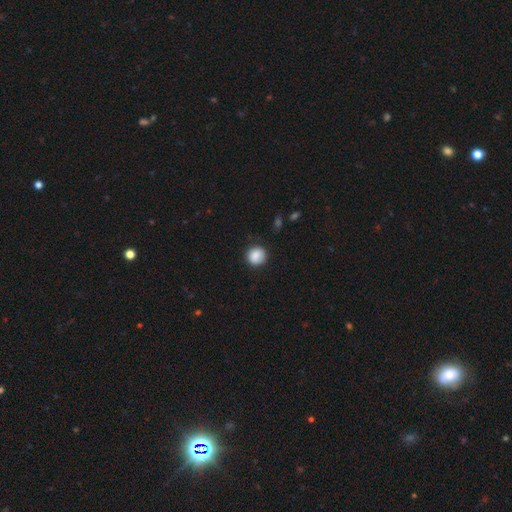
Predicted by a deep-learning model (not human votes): A smooth galaxy with no disk features (87%) that is round (88%).

Vote fractions:
- Smooth or featured? smooth: 87% / star or artifact: 8% / featured or disk: 5%
- How rounded? round: 88% / in between: 11% / cigar-shaped: 1%
- Merging? none: 85% / minor disturbance: 11% / major disturbance: 3% / merger: 1%